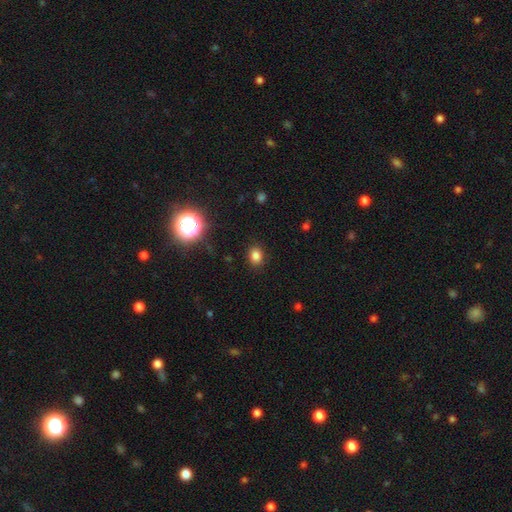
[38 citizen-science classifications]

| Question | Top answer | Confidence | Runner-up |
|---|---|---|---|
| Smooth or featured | smooth | 95% | featured or disk (3%) |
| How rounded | round | 64% | in between (36%) |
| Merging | none | 95% | minor disturbance (3%) |